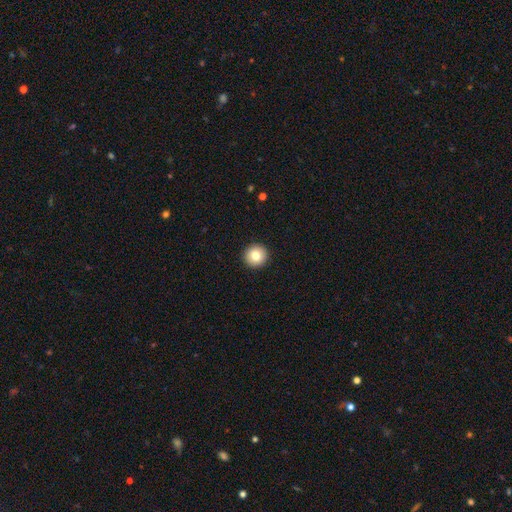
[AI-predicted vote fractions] A smooth galaxy with no disk features (80%) that is round (96%). Merging: none (94%).